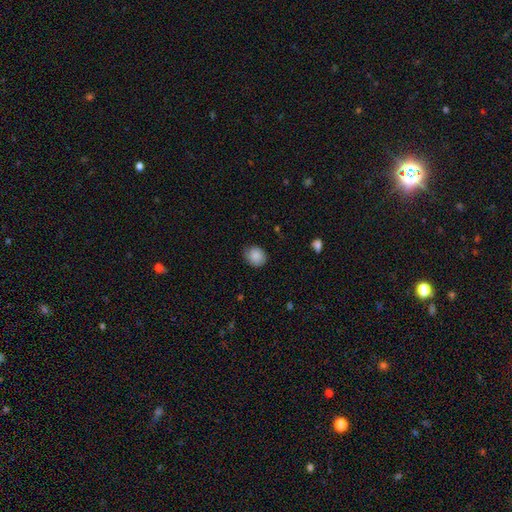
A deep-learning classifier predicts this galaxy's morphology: Q: Smooth or featured?
A: smooth (87%); runner-up: star or artifact (8%)
Q: How rounded?
A: round (68%); runner-up: in between (31%)
Q: Merging?
A: none (77%); runner-up: minor disturbance (19%)